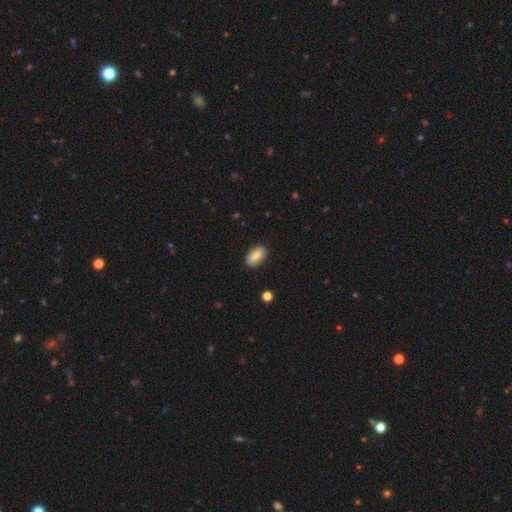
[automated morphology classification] This appears to be a smooth galaxy with no disk features (81%) that is in between round and cigar-shaped (91%). Merging: none (85%).